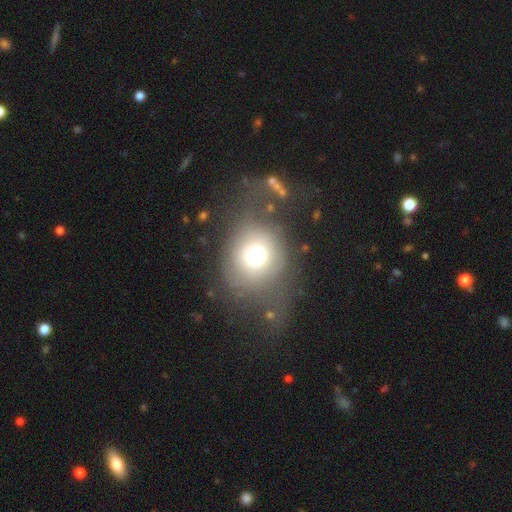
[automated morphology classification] Q: Smooth or featured?
A: smooth (63%); runner-up: featured or disk (20%)
Q: How rounded?
A: round (78%); runner-up: in between (21%)
Q: Merging?
A: none (44%); runner-up: major disturbance (30%)